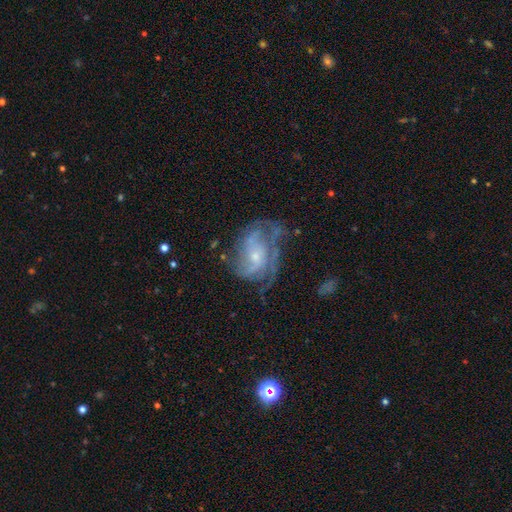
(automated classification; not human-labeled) featured or disk 80%, smooth 12%, star or artifact 8%. Down the decision tree: edge-on disk — no (97%); bar — no (67%); spiral arms — yes (87%); spiral arm count — can't tell (35%); spiral winding — tight (42%); bulge size — small (62%); merging — none (50%).